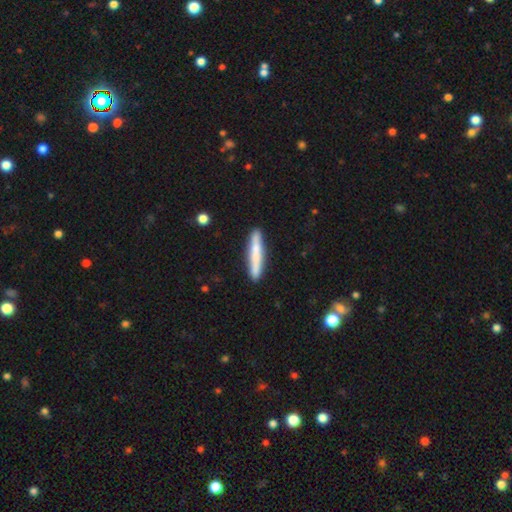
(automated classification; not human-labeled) Smooth or featured?
  - smooth: 63% *
  - featured or disk: 31%
  - star or artifact: 5%
How rounded?
  - cigar-shaped: 92% *
  - in between: 6%
  - round: 1%
Merging?
  - none: 87% *
  - minor disturbance: 9%
  - merger: 2%
  - major disturbance: 2%